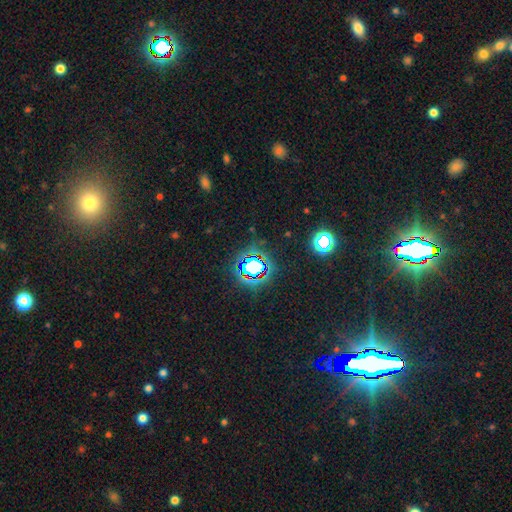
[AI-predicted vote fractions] smooth-or-featured: star or artifact: 81% | smooth: 12% | featured or disk: 7%